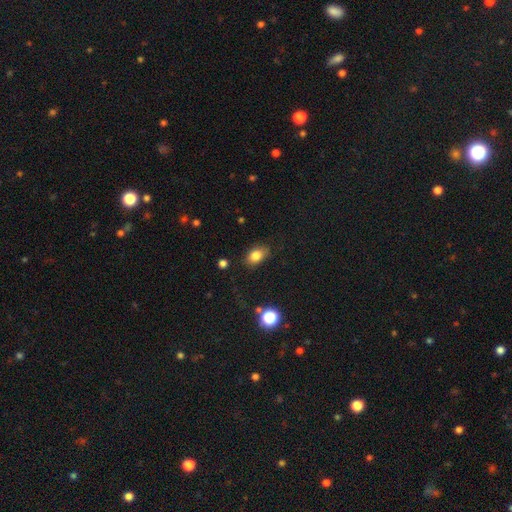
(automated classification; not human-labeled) A smooth galaxy with no disk features (82%) that is in between round and cigar-shaped (82%).

Vote fractions:
- Smooth or featured? smooth: 82% / star or artifact: 10% / featured or disk: 8%
- How rounded? in between: 82% / round: 16% / cigar-shaped: 2%
- Merging? none: 81% / minor disturbance: 14% / major disturbance: 3% / merger: 2%